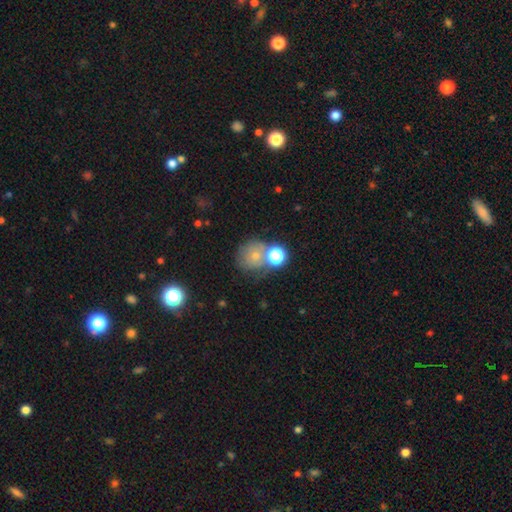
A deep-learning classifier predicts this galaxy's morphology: smooth-or-featured: smooth: 63% | featured or disk: 20% | star or artifact: 17%
  how-rounded: round: 84% | in between: 15% | cigar-shaped: 1%
  merging: none: 48% | merger: 28% | minor disturbance: 15% | major disturbance: 9%